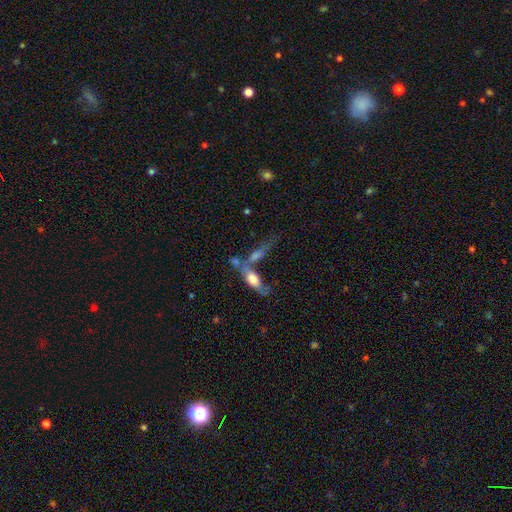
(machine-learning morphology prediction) featured or disk 49%, smooth 39%, star or artifact 12%. Down the decision tree: merging — merger (51%).